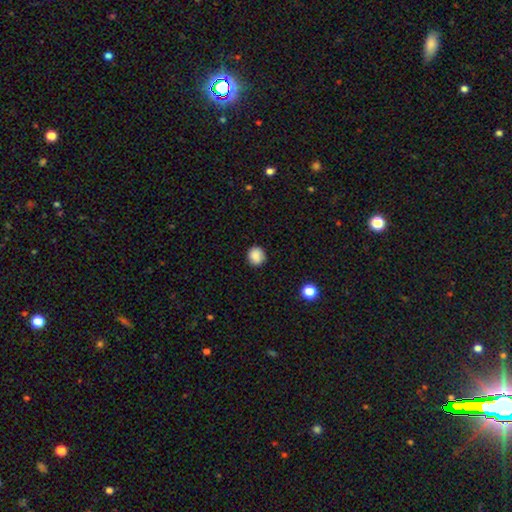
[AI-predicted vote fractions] A smooth galaxy with no disk features (87%) that is round (84%). Merging: none (89%).